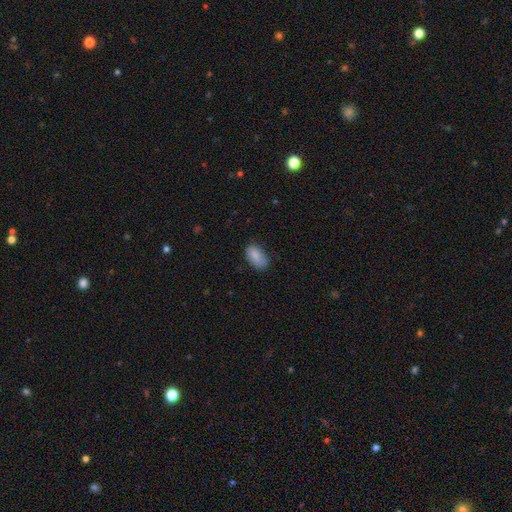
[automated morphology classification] Smooth or featured? smooth (86%)
How rounded? in between (93%)
Merging? none (72%)